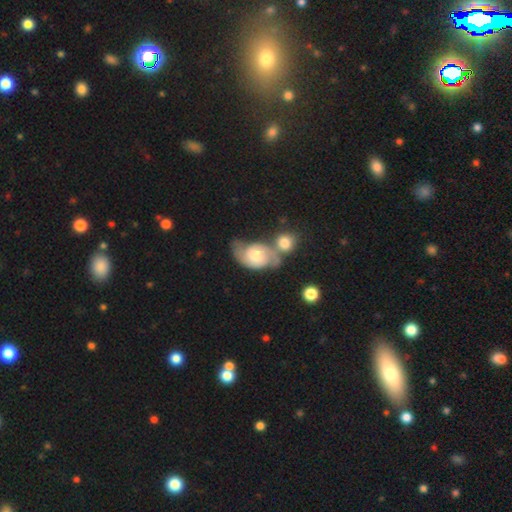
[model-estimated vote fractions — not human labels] The model was most divided on "merging": merger: 41%, none: 31%, minor disturbance: 17%, major disturbance: 11%. Remaining: edge-on disk — no (96%); spiral arms — yes (90%); spiral arm count — 2 (84%); smooth or featured — featured or disk (68%); bar — no (67%); bulge size — moderate (58%); spiral winding — medium (46%).